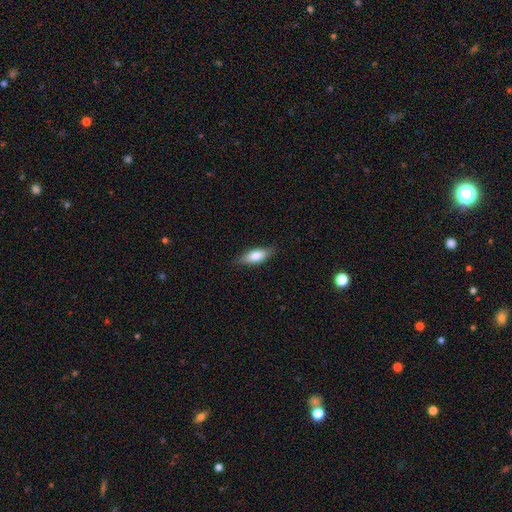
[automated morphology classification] The model was most divided on "how rounded": in between: 72%, cigar-shaped: 26%, round: 2%. More confident: merging — none (82%); smooth or featured — smooth (77%).